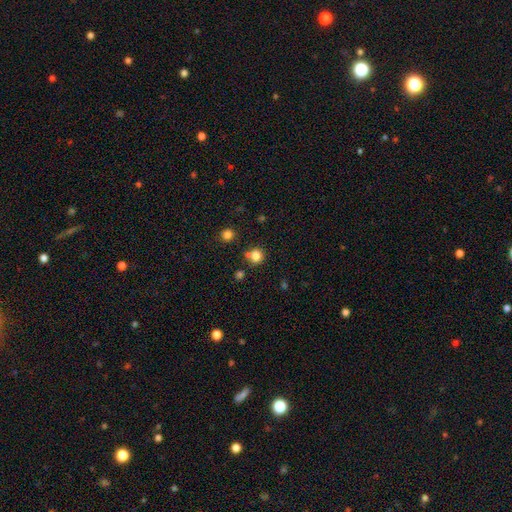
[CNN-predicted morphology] This is clearly a smooth galaxy (81%). How rounded: clearly round (87%). Merging: likely none (68%).